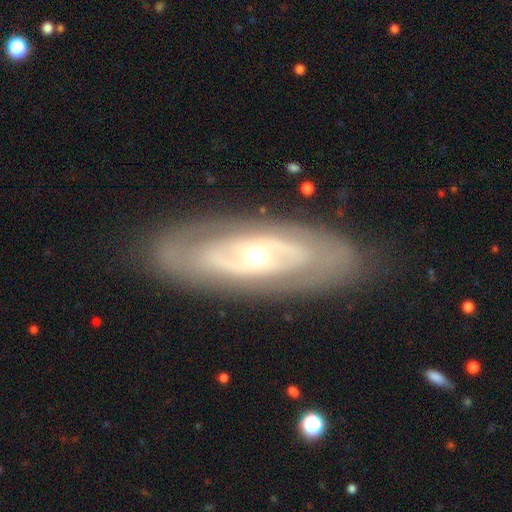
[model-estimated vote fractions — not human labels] This is likely a featured or disk galaxy (77%). It is clearly not viewed edge-on (85%). Bar: likely no (63%). Spiral arm pattern: possibly yes (52%). Central bulge: possibly moderate (56%). Merging: clearly none (83%).